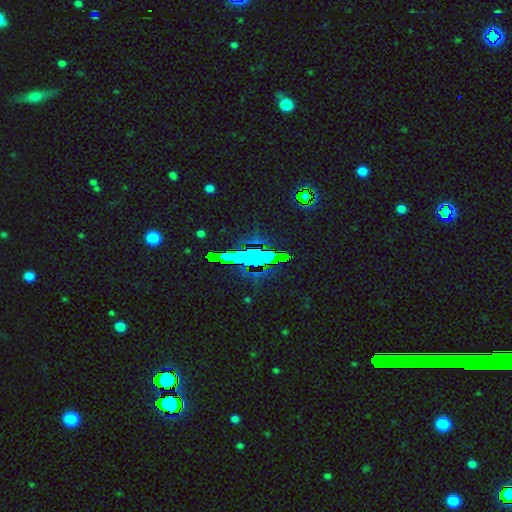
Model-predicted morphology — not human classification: Q: Smooth or featured?
A: star or artifact (71%); runner-up: smooth (18%)